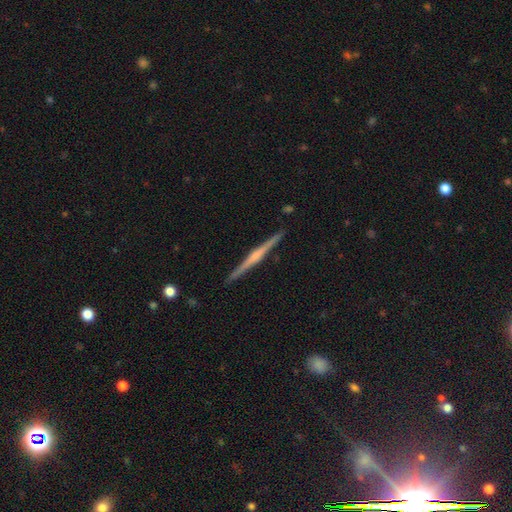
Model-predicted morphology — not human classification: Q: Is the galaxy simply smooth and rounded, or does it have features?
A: featured or disk — 78%.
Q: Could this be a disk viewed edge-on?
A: yes — 99%.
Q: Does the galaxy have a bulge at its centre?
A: rounded — 63%.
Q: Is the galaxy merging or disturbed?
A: none — 93%.